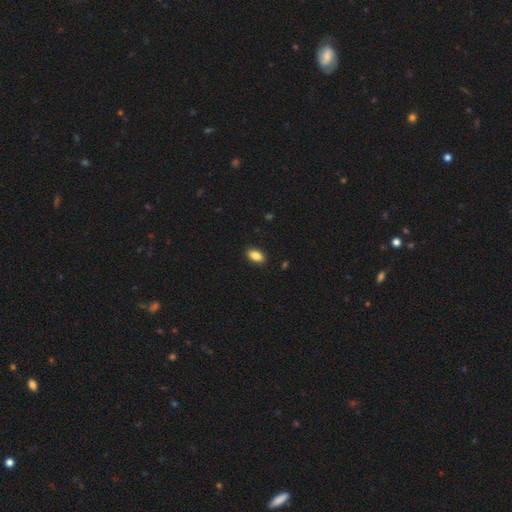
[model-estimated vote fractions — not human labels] Smooth or featured: smooth — 85% (star or artifact — 8%)
How rounded: in between — 90% (round — 5%)
Merging: none — 90% (minor disturbance — 8%)